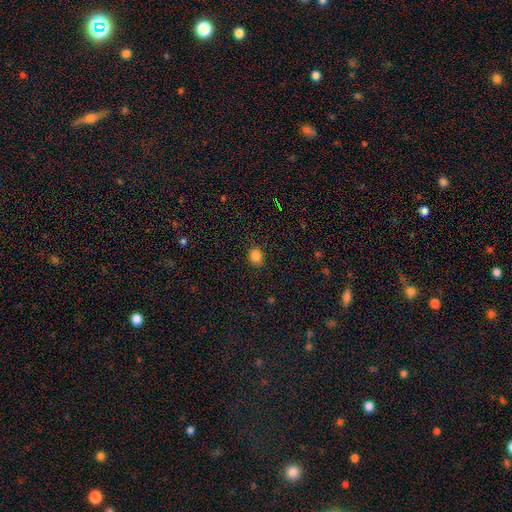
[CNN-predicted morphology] smooth-or-featured: smooth: 84% | star or artifact: 12% | featured or disk: 4%
  how-rounded: round: 70% | in between: 29% | cigar-shaped: 1%
  merging: none: 87% | minor disturbance: 9% | major disturbance: 2% | merger: 1%